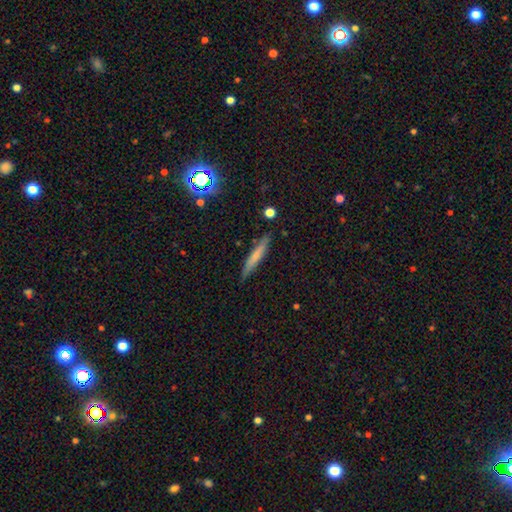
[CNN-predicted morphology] Smooth or featured? smooth (61%)
How rounded? cigar-shaped (93%)
Merging? none (86%)